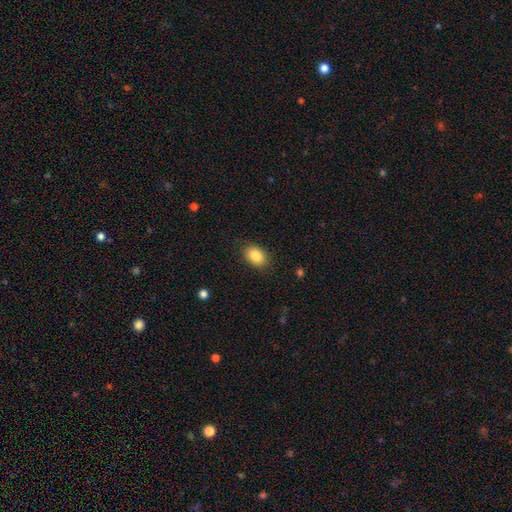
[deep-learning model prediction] smooth_or_featured: smooth (p=0.86) [alt: star or artifact p=0.08]
how_rounded: in between (p=0.80) [alt: round p=0.19]
merging: none (p=0.86) [alt: minor disturbance p=0.10]